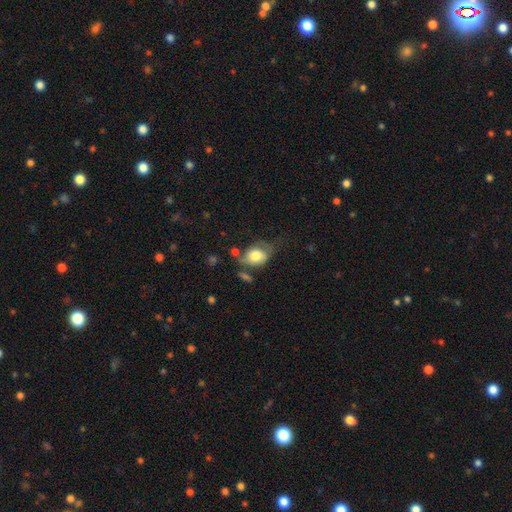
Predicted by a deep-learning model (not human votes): smooth_or_featured: smooth (p=0.73) [alt: featured or disk p=0.19]
how_rounded: in between (p=0.60) [alt: round p=0.38]
merging: none (p=0.34) [alt: minor disturbance p=0.31]